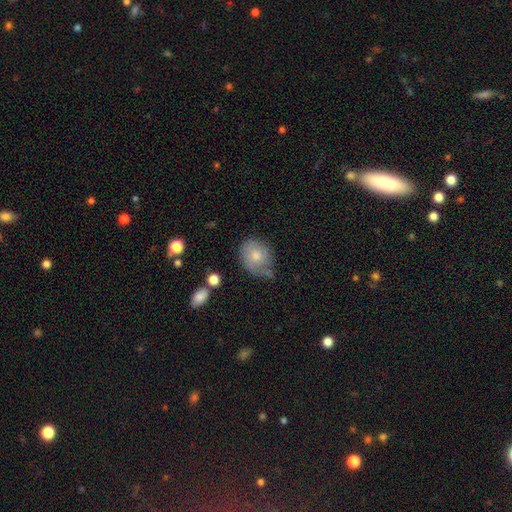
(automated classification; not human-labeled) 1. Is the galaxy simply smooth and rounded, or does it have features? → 66% smooth, 27% featured or disk, 7% star or artifact.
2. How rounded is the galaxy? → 50% in between, 49% round, 1% cigar-shaped.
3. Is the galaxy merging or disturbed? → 47% none, 35% minor disturbance, 14% major disturbance, 5% merger.